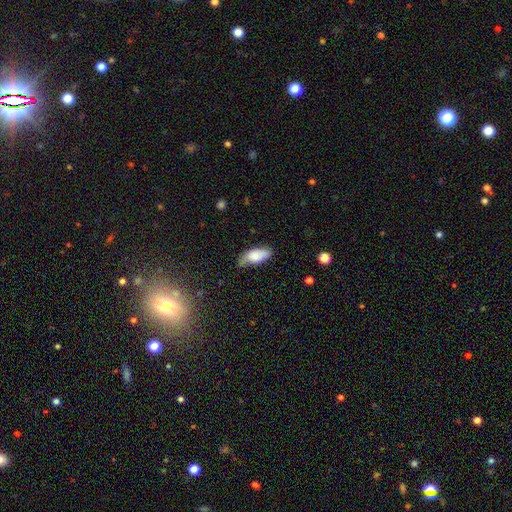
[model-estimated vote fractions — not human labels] Smooth or featured: smooth — 78% (featured or disk — 15%)
How rounded: in between — 84% (cigar-shaped — 14%)
Merging: none — 52% (minor disturbance — 37%)